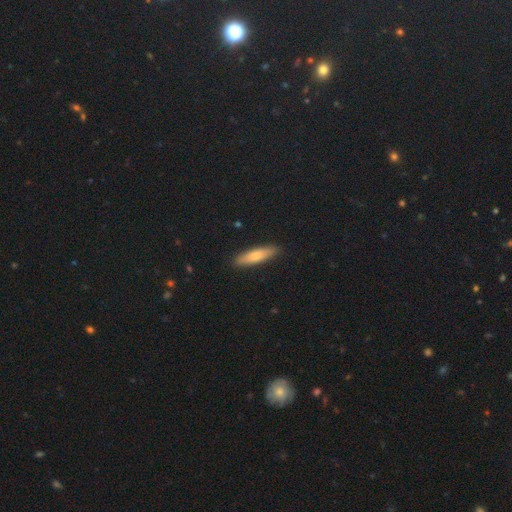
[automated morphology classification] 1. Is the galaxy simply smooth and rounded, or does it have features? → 77% smooth, 17% featured or disk, 6% star or artifact.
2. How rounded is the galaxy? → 76% cigar-shaped, 23% in between, 2% round.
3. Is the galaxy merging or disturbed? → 90% none, 8% minor disturbance, 2% major disturbance, 1% merger.